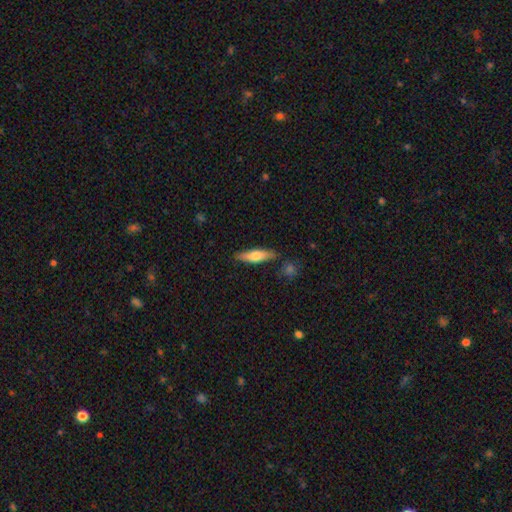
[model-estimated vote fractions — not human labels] The model was most divided on "smooth or featured": smooth: 62%, featured or disk: 32%, star or artifact: 6%. More confident: merging — none (82%); how rounded — cigar-shaped (66%).